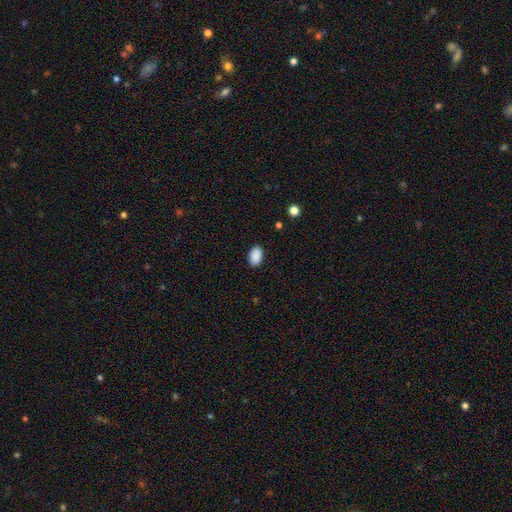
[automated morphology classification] Smooth or featured: smooth — 90% (star or artifact — 7%)
How rounded: in between — 91% (round — 8%)
Merging: none — 89% (minor disturbance — 8%)